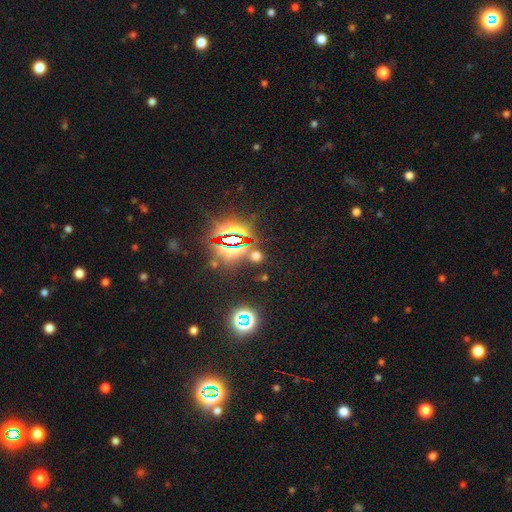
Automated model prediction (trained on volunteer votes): The model was most divided on "smooth or featured": star or artifact: 53%, smooth: 41%, featured or disk: 6%.